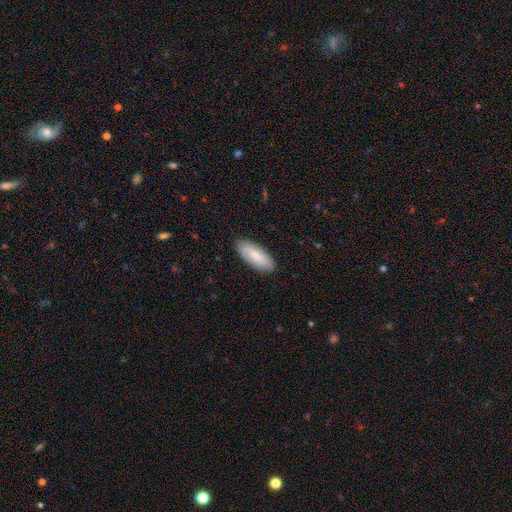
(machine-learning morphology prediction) Smooth or featured? Predicted: smooth (p=0.74). How rounded? Predicted: in between (p=0.77). Merging? Predicted: none (p=0.86).